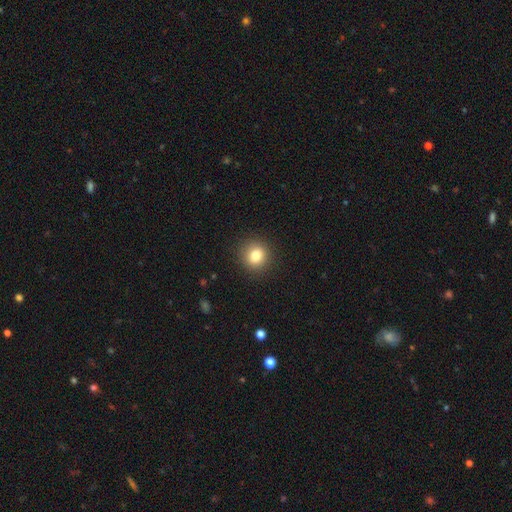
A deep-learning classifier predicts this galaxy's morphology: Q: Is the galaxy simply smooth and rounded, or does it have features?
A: smooth — 82%.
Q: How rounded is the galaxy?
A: round — 88%.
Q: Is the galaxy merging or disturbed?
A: none — 90%.